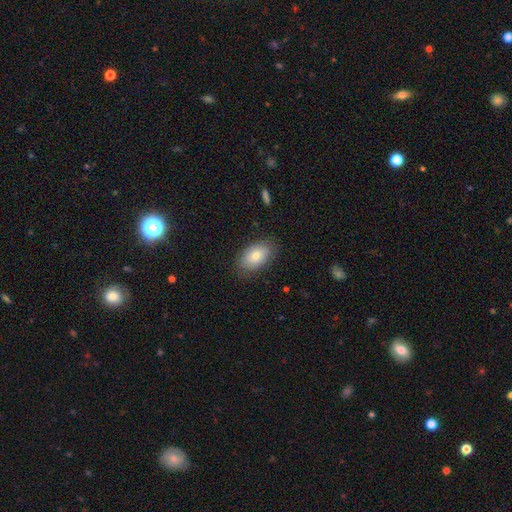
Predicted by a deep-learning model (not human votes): Morphology: type=smooth (78%); roundness=in between (91%); merging=none (83%).